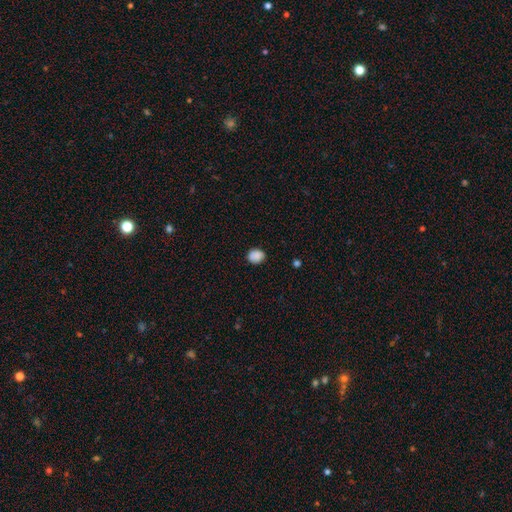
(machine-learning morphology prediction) smooth_or_featured: smooth (p=0.87) [alt: star or artifact p=0.09]
how_rounded: round (p=0.63) [alt: in between p=0.36]
merging: none (p=0.82) [alt: minor disturbance p=0.14]